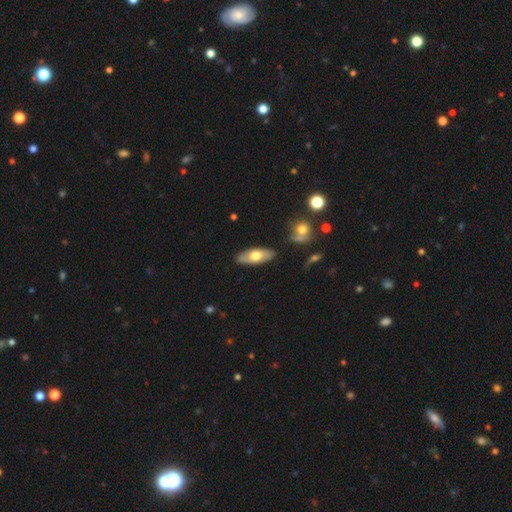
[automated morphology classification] The model was most divided on "smooth or featured": smooth: 57%, featured or disk: 37%, star or artifact: 5%. More confident: merging — none (85%); how rounded — in between (81%).